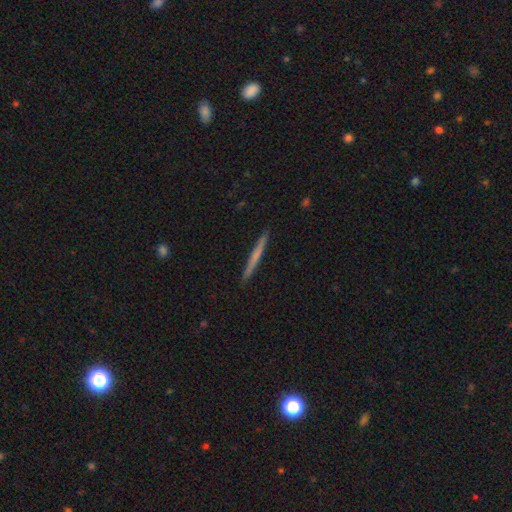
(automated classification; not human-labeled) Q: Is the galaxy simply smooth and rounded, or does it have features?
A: smooth — 55%.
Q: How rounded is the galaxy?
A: cigar-shaped — 97%.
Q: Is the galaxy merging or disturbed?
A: none — 93%.